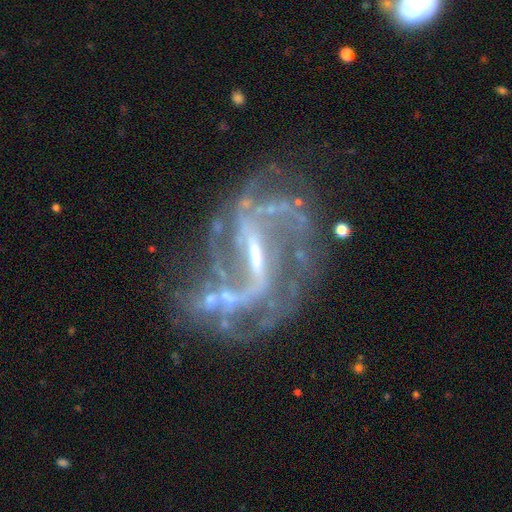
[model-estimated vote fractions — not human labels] Morphology: type=featured or disk (89%); edge-on=no (97%); bar=strong (64%); spiral arms=yes (94%); winding=medium (44%); arm count=2 (52%); bulge=small (54%); merging=none (49%).